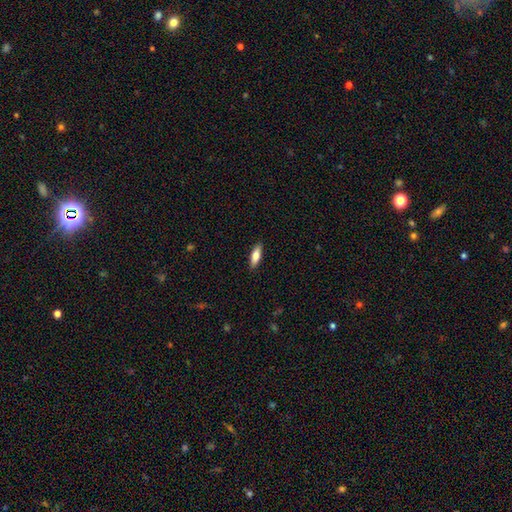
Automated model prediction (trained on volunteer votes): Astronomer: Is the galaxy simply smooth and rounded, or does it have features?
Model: smooth — 75%.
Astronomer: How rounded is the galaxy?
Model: in between — 55% (runner-up: cigar-shaped, 42%).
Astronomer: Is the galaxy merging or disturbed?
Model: none — 90%.